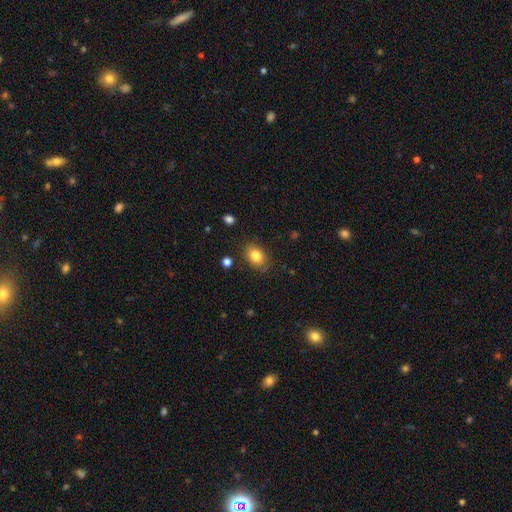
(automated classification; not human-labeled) Smooth or featured?
  - smooth: 82% *
  - featured or disk: 9%
  - star or artifact: 9%
How rounded?
  - in between: 71% *
  - round: 27%
  - cigar-shaped: 1%
Merging?
  - none: 81% *
  - minor disturbance: 13%
  - major disturbance: 3%
  - merger: 2%